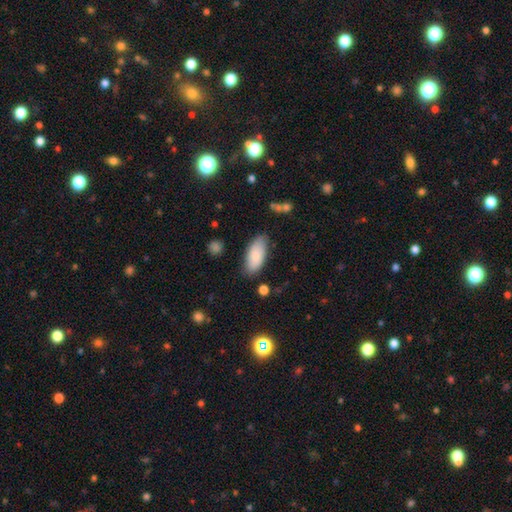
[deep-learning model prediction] Overall: smooth (84%). How rounded: in between (88%). Merging: none (77%).